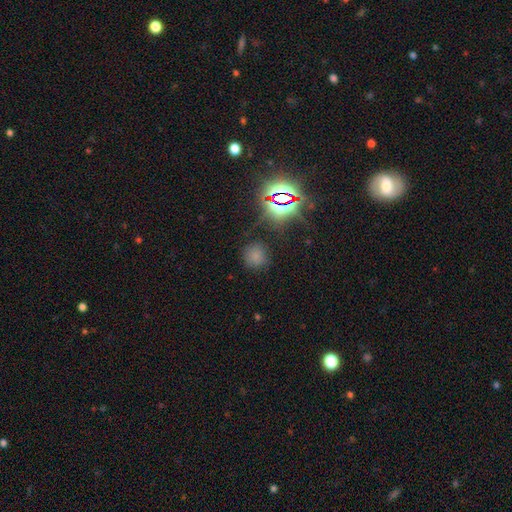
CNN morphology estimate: The model was most divided on "smooth or featured": smooth: 66%, star or artifact: 27%, featured or disk: 7%. More confident: how rounded — round (87%); merging — none (79%).